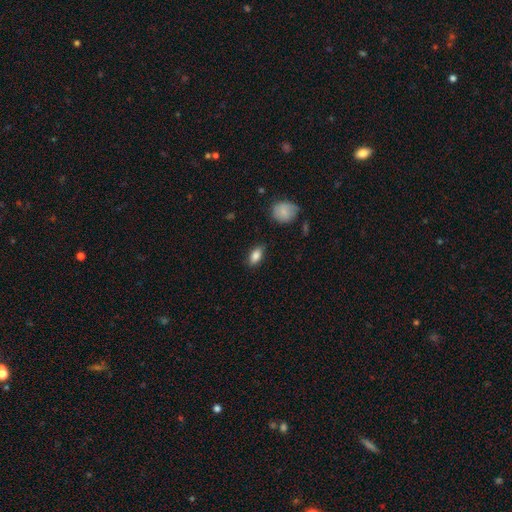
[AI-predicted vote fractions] smooth 84%, featured or disk 8%, star or artifact 8%. Down the decision tree: how rounded — in between (88%); merging — none (81%).